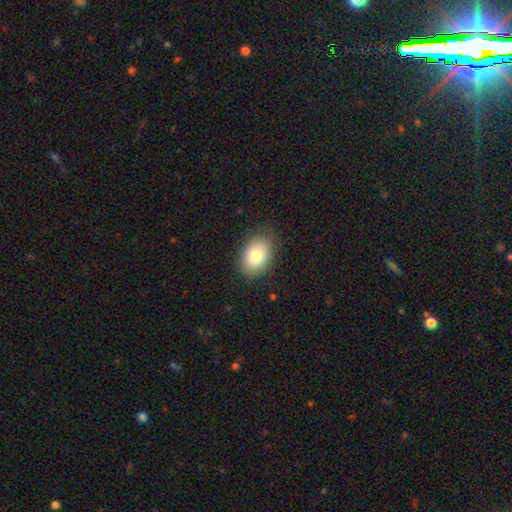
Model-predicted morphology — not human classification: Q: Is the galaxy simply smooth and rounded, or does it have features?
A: smooth — 82%.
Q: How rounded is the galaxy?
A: in between — 81%.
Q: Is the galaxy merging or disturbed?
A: none — 82%.